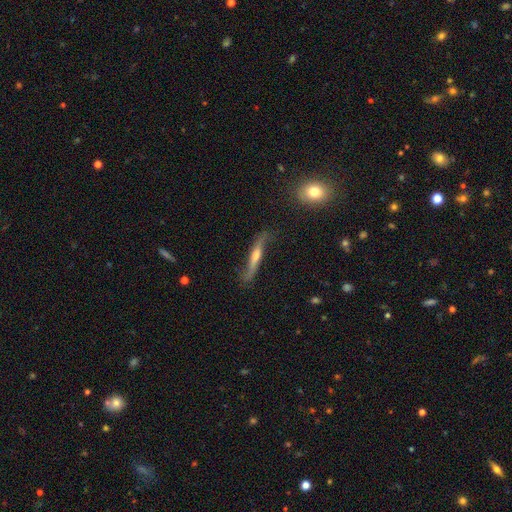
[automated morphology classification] This is likely a featured or disk galaxy (70%). It is likely viewed edge-on (72%). Edge-on bulge: likely rounded (69%). Merging: likely none (64%).